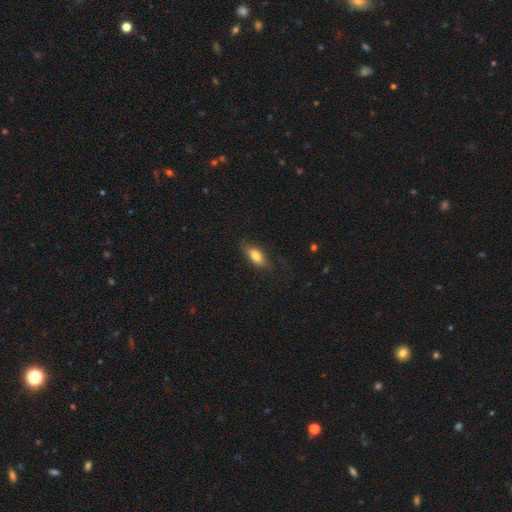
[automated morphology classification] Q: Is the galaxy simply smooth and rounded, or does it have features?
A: smooth — 75%.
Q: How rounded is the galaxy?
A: in between — 79%.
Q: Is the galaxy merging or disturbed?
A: none — 73%.